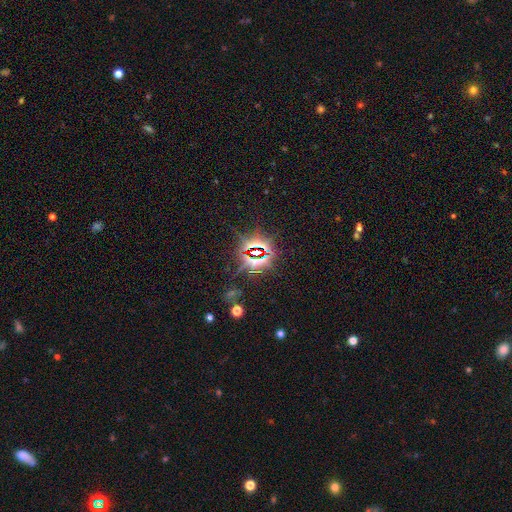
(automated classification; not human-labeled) smooth-or-featured: star or artifact: 80% | smooth: 11% | featured or disk: 9%